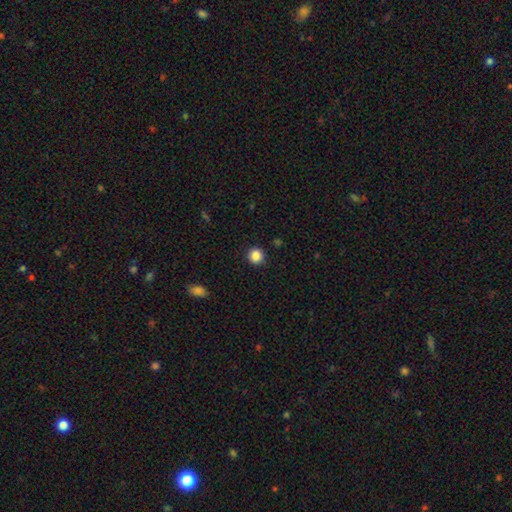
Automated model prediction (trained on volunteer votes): Smooth or featured? Predicted: smooth (p=0.86). How rounded? Predicted: round (p=0.93). Merging? Predicted: none (p=0.92).